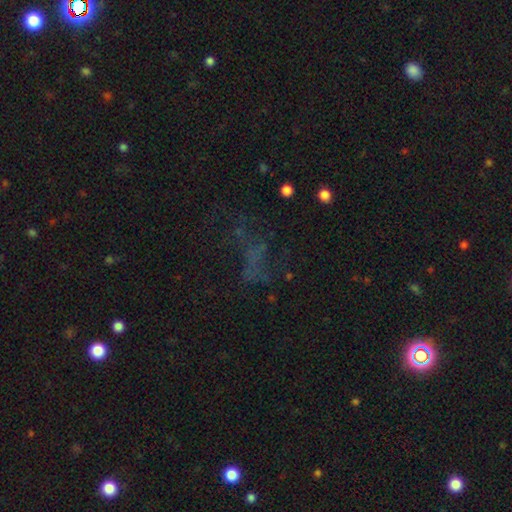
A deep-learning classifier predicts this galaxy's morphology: Smooth or featured: star or artifact — 41% (featured or disk — 30%)